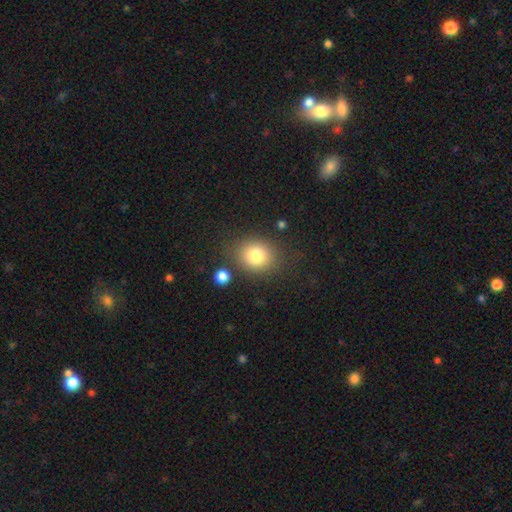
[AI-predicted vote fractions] Morphology: type=smooth (80%); roundness=round (68%); merging=none (79%).